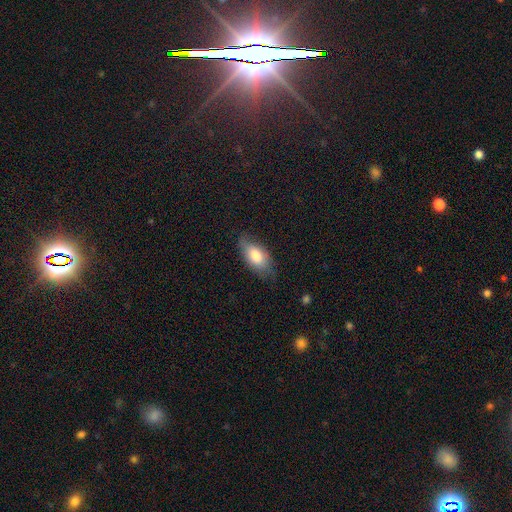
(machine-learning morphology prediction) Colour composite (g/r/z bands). It shows a smooth galaxy with no disk features (77%) that is in between round and cigar-shaped (91%). Merging: none (68%).